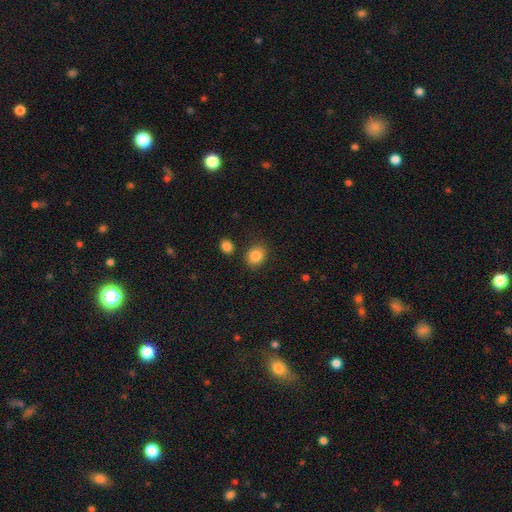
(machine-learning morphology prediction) A smooth galaxy with no disk features (85%) that is round (58%).

Vote fractions:
- Smooth or featured? smooth: 85% / star or artifact: 9% / featured or disk: 5%
- How rounded? round: 58% / in between: 41% / cigar-shaped: 1%
- Merging? none: 82% / minor disturbance: 10% / merger: 5% / major disturbance: 3%